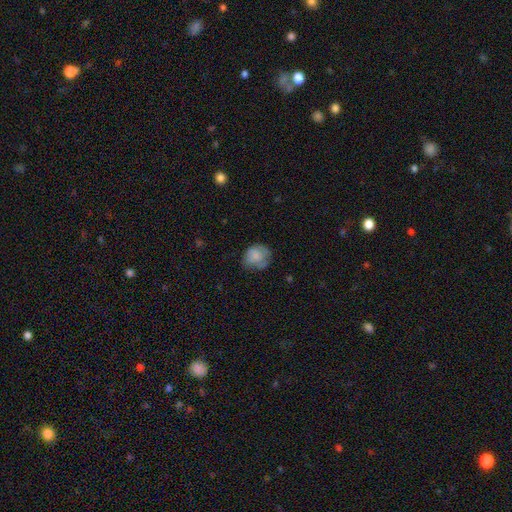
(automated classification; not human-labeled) smooth 69%, featured or disk 23%, star or artifact 8%. Down the decision tree: how rounded — round (71%); merging — none (54%).